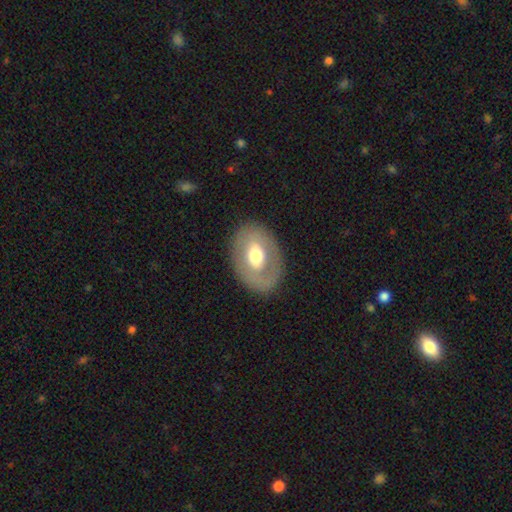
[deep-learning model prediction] Overall: smooth (48%; featured or disk 45%). Merging: none (81%).